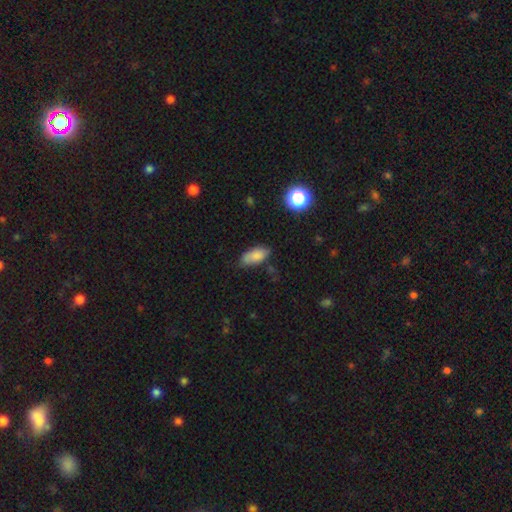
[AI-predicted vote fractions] A smooth galaxy with no disk features (82%) that is in between round and cigar-shaped (86%). Merging: none (67%).